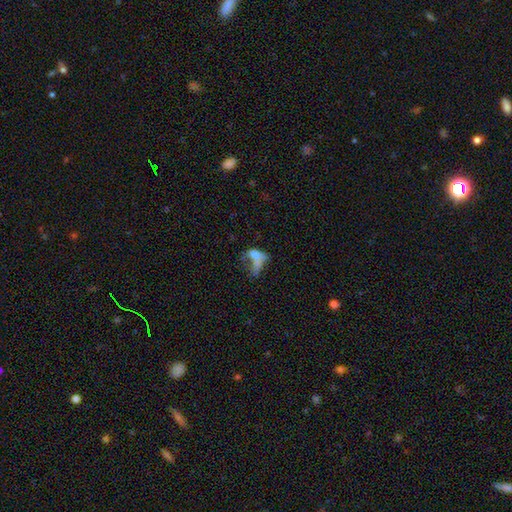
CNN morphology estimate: This appears to be a smooth galaxy with no disk features (52%) that is in between round and cigar-shaped (77%). Merging: merger (39%).